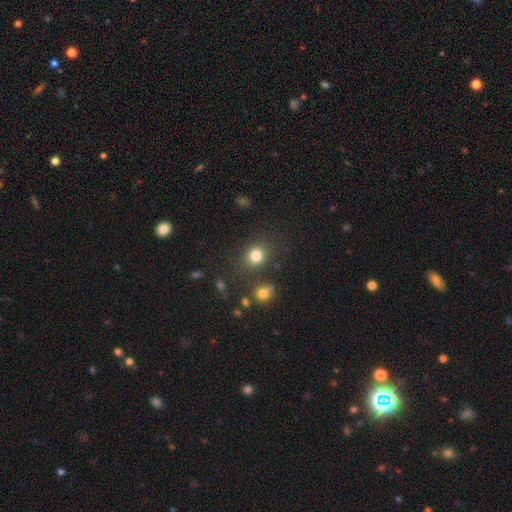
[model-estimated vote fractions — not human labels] smooth-or-featured: smooth: 81% | star or artifact: 13% | featured or disk: 6%
  how-rounded: round: 73% | in between: 26% | cigar-shaped: 1%
  merging: none: 75% | minor disturbance: 12% | merger: 7% | major disturbance: 6%